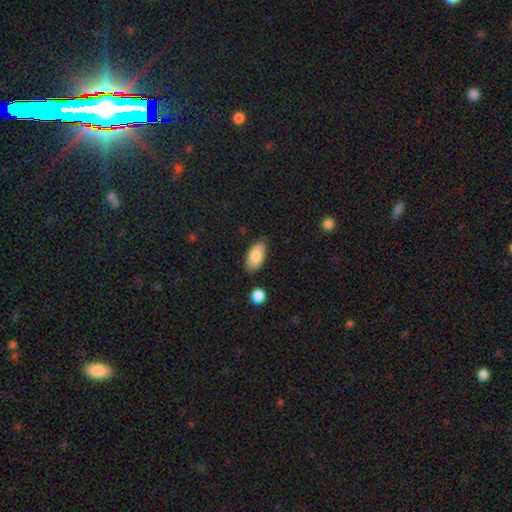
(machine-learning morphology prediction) This appears to be a smooth galaxy with no disk features (86%) that is in between round and cigar-shaped (93%). Merging: none (81%).